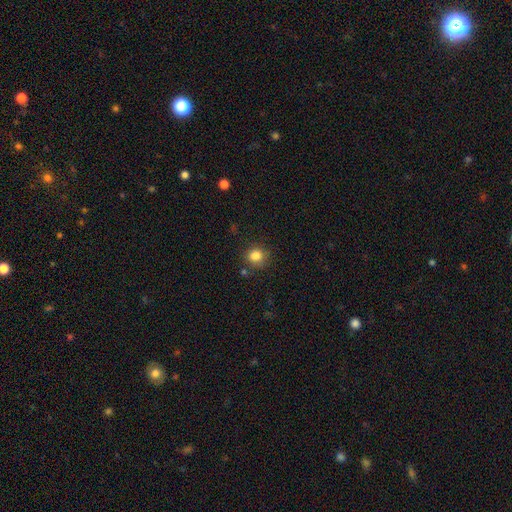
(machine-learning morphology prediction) Q: Smooth or featured?
A: smooth (84%); runner-up: star or artifact (11%)
Q: How rounded?
A: round (78%); runner-up: in between (21%)
Q: Merging?
A: none (78%); runner-up: minor disturbance (14%)